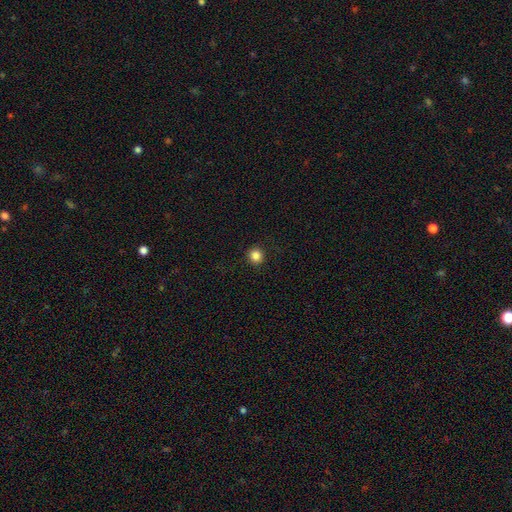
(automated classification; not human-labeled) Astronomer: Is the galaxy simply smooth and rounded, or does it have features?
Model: smooth — 86%.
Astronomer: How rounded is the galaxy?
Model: round — 91%.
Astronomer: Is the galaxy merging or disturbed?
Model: none — 91%.